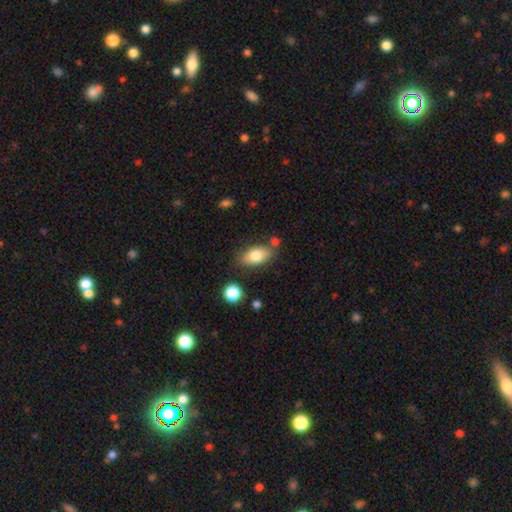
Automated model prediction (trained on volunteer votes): Morphology: type=smooth (78%); roundness=in between (90%); merging=none (74%).